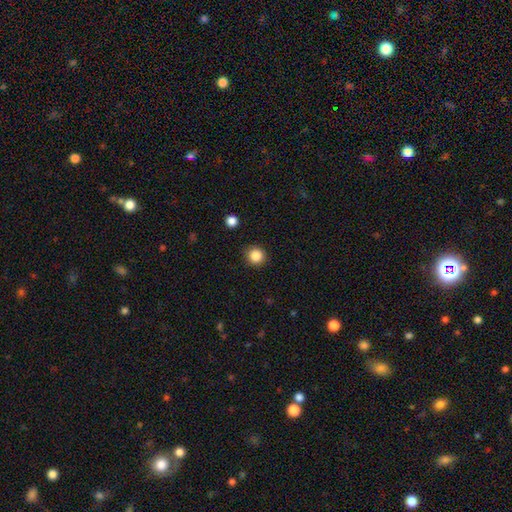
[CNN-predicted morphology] Smooth or featured? smooth (86%)
How rounded? round (94%)
Merging? none (91%)